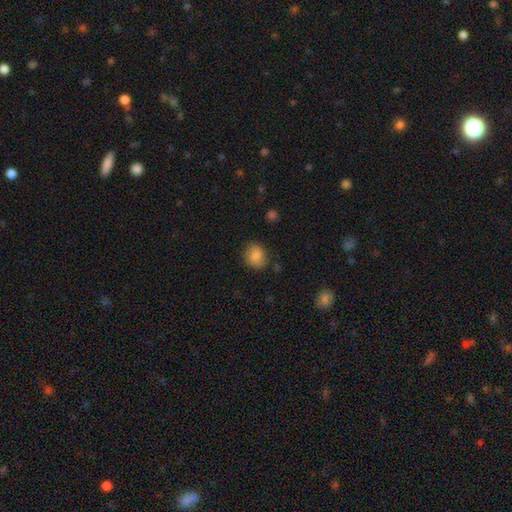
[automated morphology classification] type=smooth (85%); roundness=round (60%); merging=none (74%).